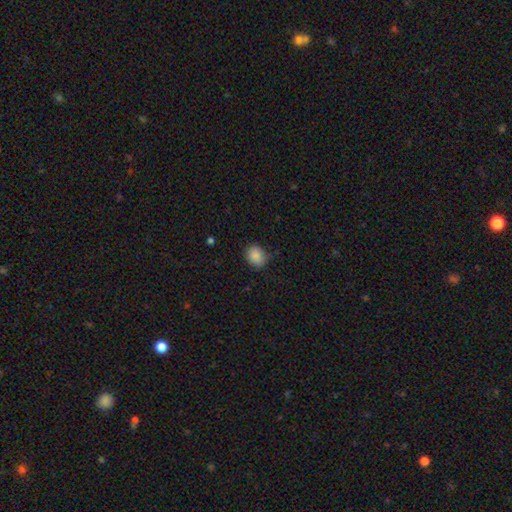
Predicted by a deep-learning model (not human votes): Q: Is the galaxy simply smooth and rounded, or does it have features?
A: smooth — 87%.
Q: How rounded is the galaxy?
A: round — 58%.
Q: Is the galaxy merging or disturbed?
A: none — 77%.